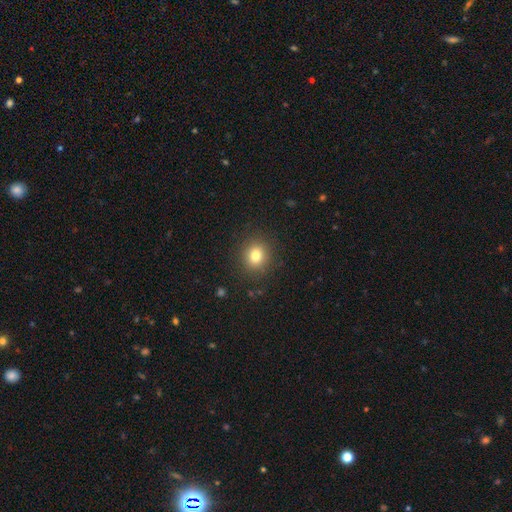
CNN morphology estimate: smooth 79%, star or artifact 13%, featured or disk 8%. Down the decision tree: how rounded — round (84%); merging — none (89%).